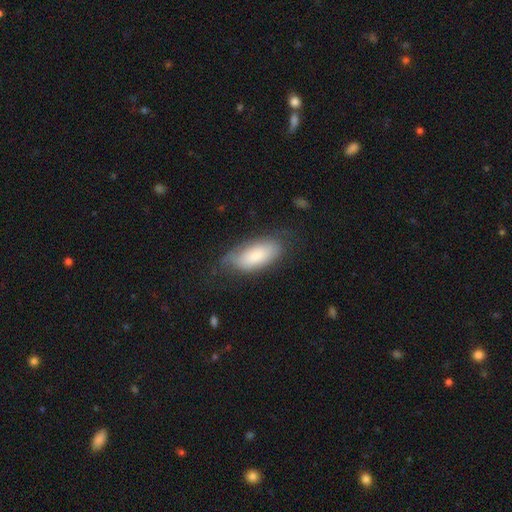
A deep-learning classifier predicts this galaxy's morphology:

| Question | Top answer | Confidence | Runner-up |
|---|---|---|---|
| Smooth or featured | smooth | 73% | featured or disk (21%) |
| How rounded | in between | 90% | cigar-shaped (8%) |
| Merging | none | 60% | minor disturbance (27%) |